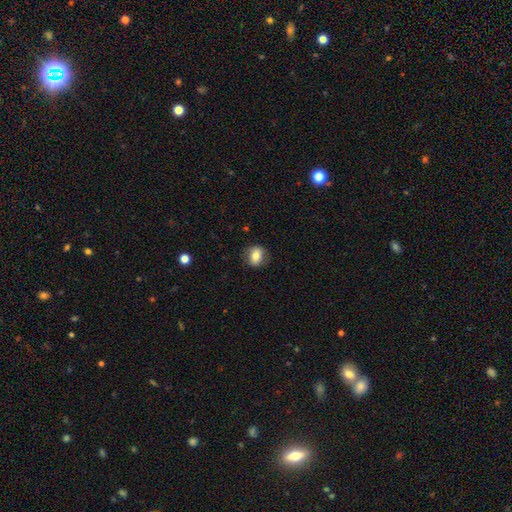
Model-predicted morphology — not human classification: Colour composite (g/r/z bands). It shows a smooth galaxy with no disk features (75%) that is round (49%, tied with in between). Merging: none (82%).